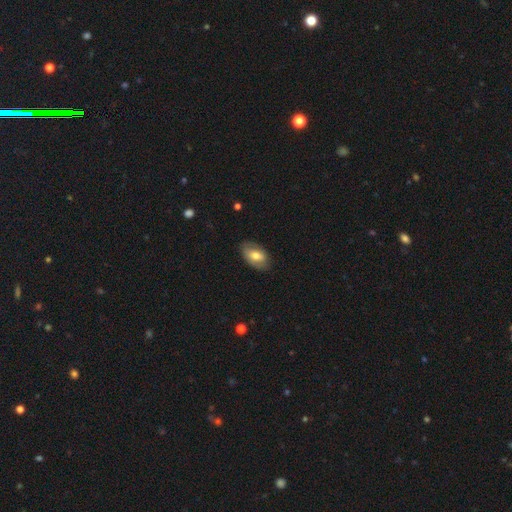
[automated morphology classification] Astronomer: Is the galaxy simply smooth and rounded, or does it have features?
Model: smooth — 62%.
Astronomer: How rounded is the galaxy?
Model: in between — 91%.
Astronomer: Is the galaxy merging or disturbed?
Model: none — 78%.